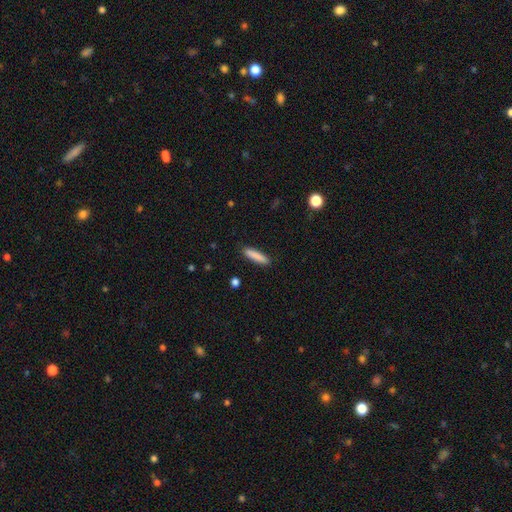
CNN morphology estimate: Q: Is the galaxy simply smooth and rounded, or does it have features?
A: smooth — 86%.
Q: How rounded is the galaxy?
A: cigar-shaped — 84%.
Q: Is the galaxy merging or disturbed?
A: none — 90%.